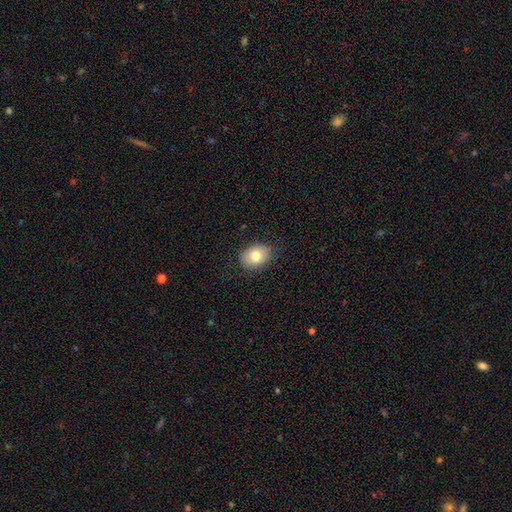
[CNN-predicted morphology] smooth-or-featured: smooth: 79% | featured or disk: 13% | star or artifact: 8%
  how-rounded: in between: 67% | round: 32% | cigar-shaped: 1%
  merging: none: 82% | minor disturbance: 14% | major disturbance: 3% | merger: 1%